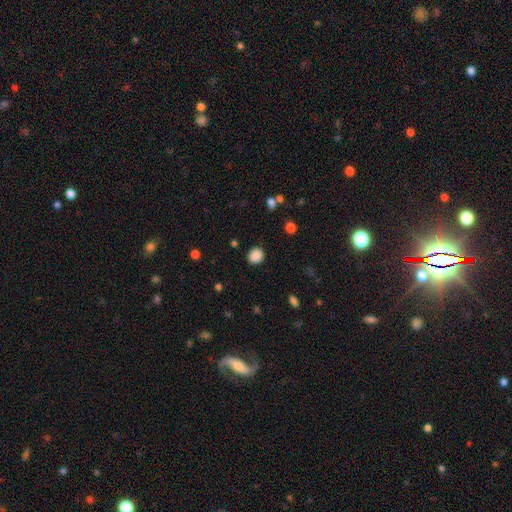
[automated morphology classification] smooth_or_featured: smooth (p=0.88) [alt: star or artifact p=0.10]
how_rounded: round (p=0.73) [alt: in between p=0.26]
merging: none (p=0.88) [alt: minor disturbance p=0.08]